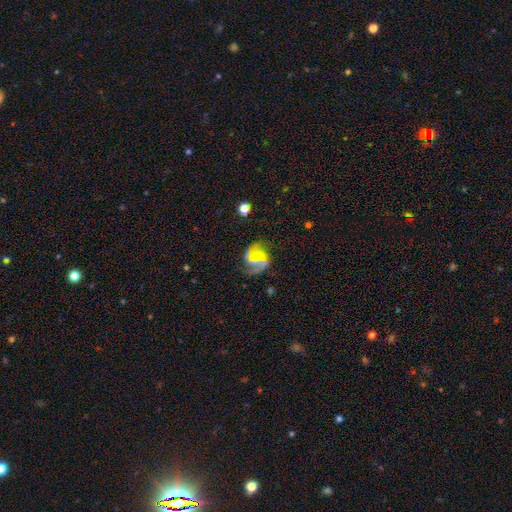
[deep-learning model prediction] Smooth or featured? featured or disk (79%)
Edge-on disk? no (98%)
Bar? weak (43%)
Spiral arms? yes (95%)
Spiral winding? medium (54%)
Spiral arm count? 2 (68%)
Bulge size? small (48%)
Merging? none (63%)